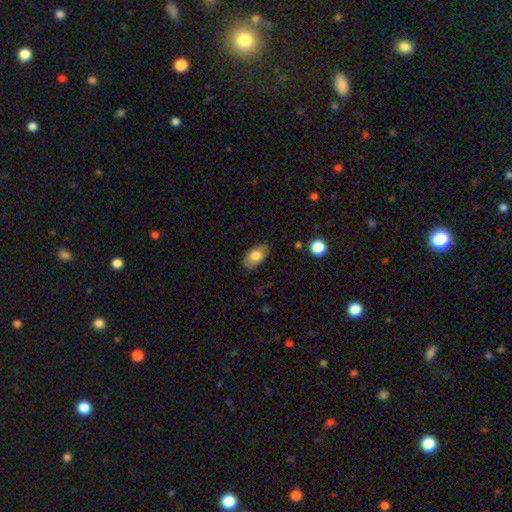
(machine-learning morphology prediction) Smooth or featured? Predicted: smooth (p=0.77). How rounded? Predicted: in between (p=0.92). Merging? Predicted: none (p=0.81).